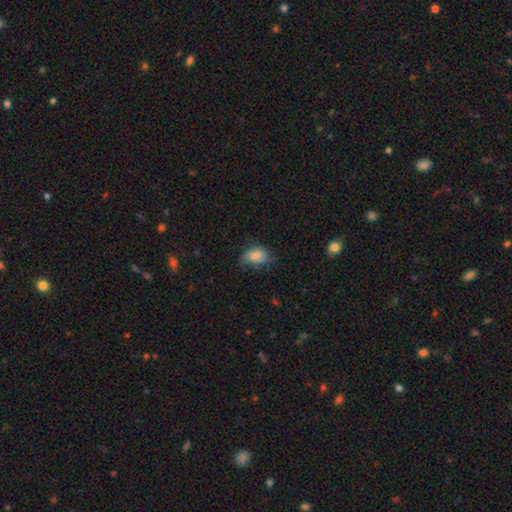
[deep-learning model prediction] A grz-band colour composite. It shows a smooth galaxy with no disk features (71%) that is in between round and cigar-shaped (75%). Merging: none (51%).